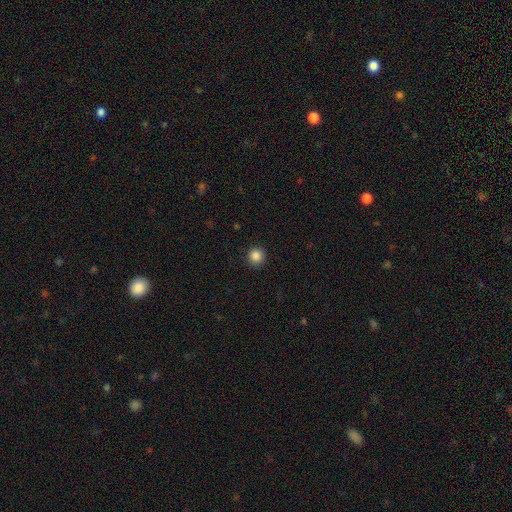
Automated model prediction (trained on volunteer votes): Smooth or featured? Predicted: smooth (p=0.86). How rounded? Predicted: round (p=0.95). Merging? Predicted: none (p=0.92).